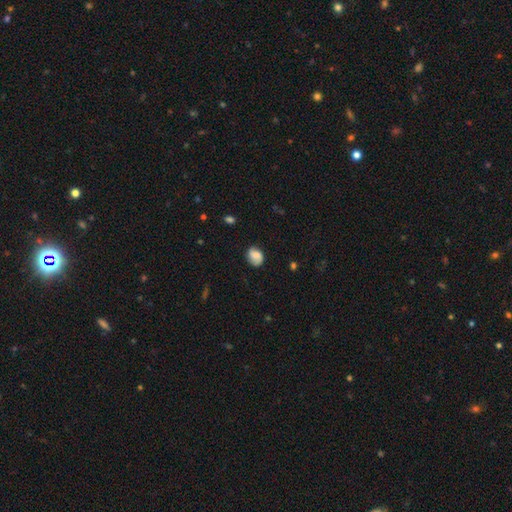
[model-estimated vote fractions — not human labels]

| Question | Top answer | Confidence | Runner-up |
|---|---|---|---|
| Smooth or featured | smooth | 58% | featured or disk (33%) |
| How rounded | in between | 57% | round (42%) |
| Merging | none | 71% | minor disturbance (22%) |